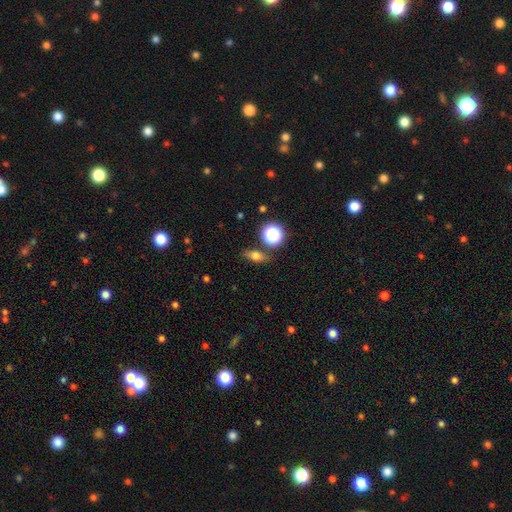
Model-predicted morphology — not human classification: Smooth or featured?
  - smooth: 64% *
  - featured or disk: 19%
  - star or artifact: 16%
How rounded?
  - in between: 58% *
  - round: 23%
  - cigar-shaped: 19%
Merging?
  - none: 80% *
  - minor disturbance: 12%
  - merger: 4%
  - major disturbance: 3%